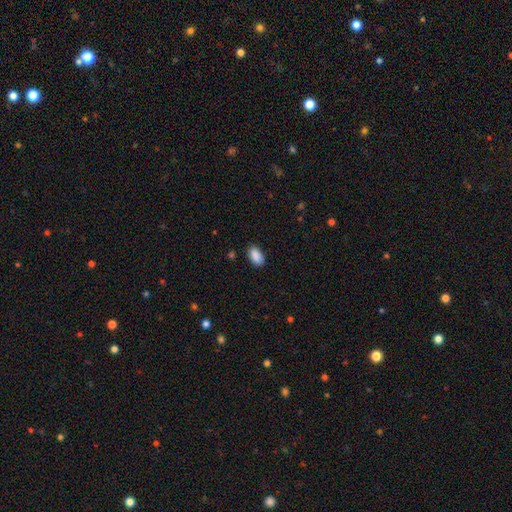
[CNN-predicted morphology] This appears to be a smooth galaxy with no disk features (90%) that is in between round and cigar-shaped (94%). Merging: none (87%).